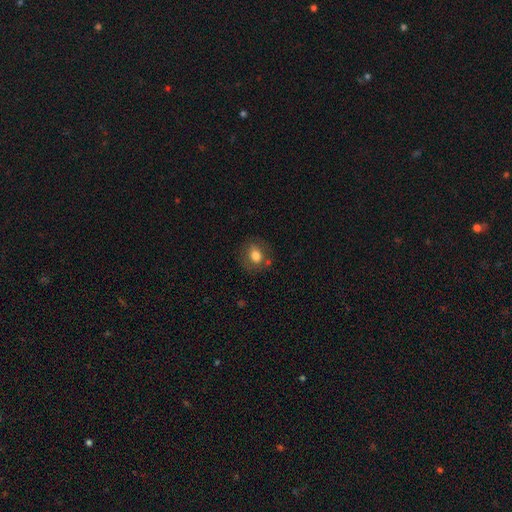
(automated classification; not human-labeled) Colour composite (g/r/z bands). It shows a smooth galaxy with no disk features (74%) that is round (54%). Merging: none (75%).